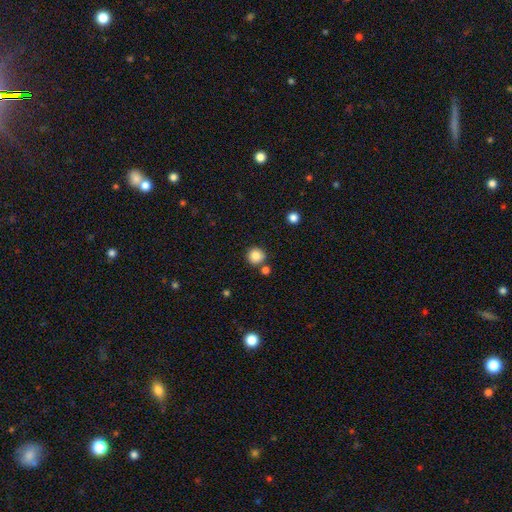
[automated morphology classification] smooth 84%, star or artifact 10%, featured or disk 5%. Down the decision tree: how rounded — round (94%); merging — none (82%).